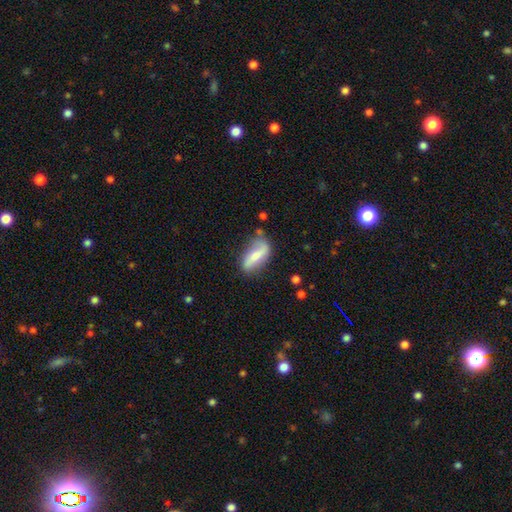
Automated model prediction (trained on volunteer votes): This appears to be a smooth galaxy with no disk features (48%). Merging: none (65%).